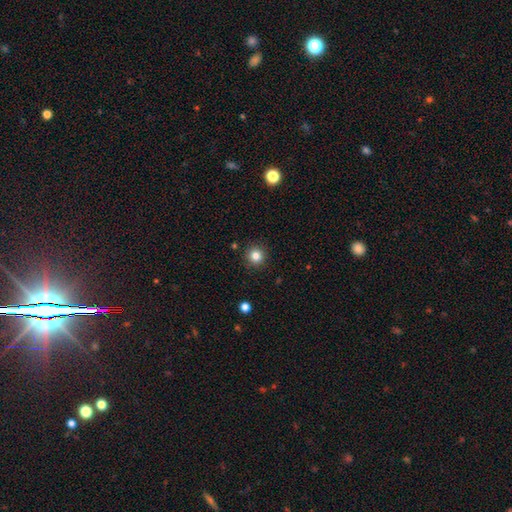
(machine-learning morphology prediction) Smooth or featured? Predicted: smooth (p=0.83). How rounded? Predicted: round (p=0.95). Merging? Predicted: none (p=0.91).